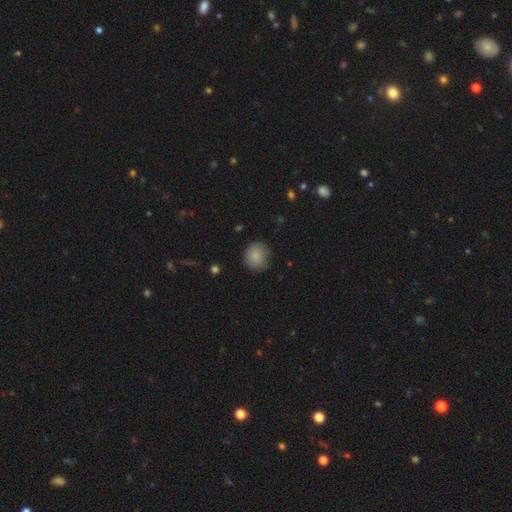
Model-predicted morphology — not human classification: Q: Smooth or featured?
A: smooth (86%); runner-up: star or artifact (8%)
Q: How rounded?
A: round (86%); runner-up: in between (13%)
Q: Merging?
A: none (77%); runner-up: minor disturbance (18%)